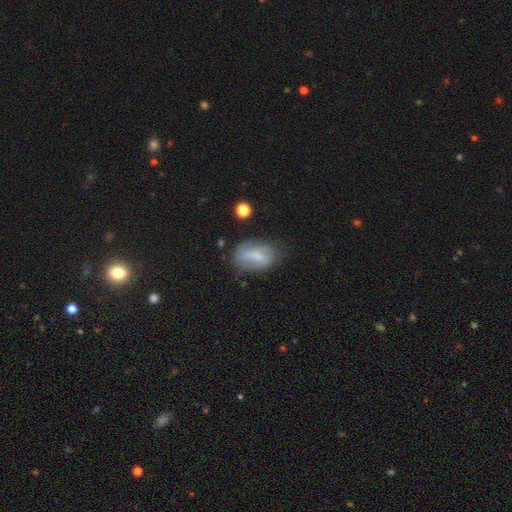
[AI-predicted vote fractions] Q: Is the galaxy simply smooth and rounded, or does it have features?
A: smooth — 52%.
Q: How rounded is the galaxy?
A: in between — 85%.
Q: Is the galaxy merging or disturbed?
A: none — 61%.